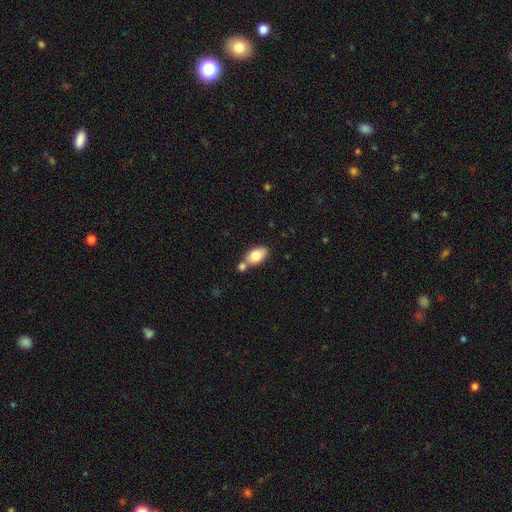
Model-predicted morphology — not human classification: type=smooth (78%); roundness=in between (90%); merging=none (52%).